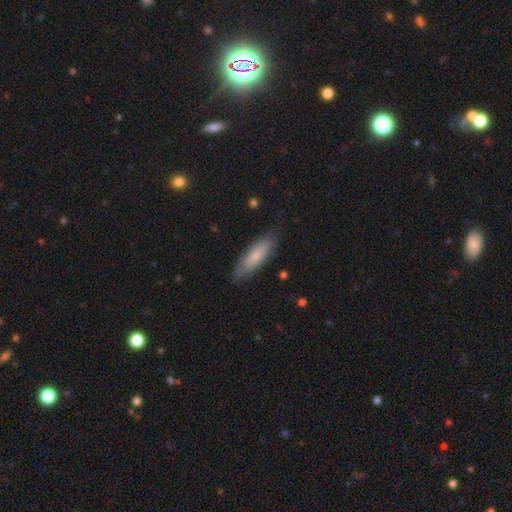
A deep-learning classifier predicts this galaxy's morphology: Overall: smooth (74%). How rounded: in between (50%; cigar-shaped 49%). Merging: none (80%).